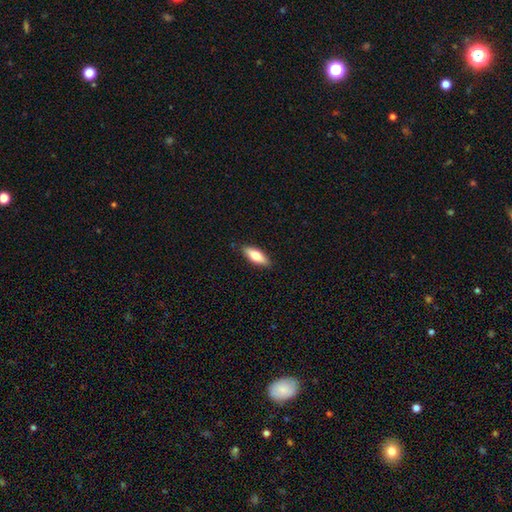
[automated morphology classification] This is likely a smooth galaxy (70%). How rounded: likely in between (64%). Merging: clearly none (88%).